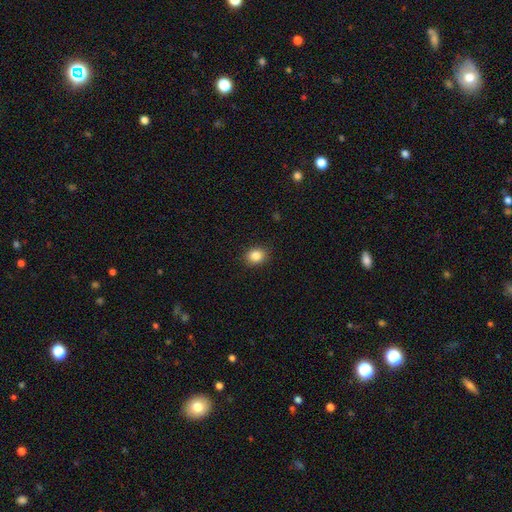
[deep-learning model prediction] Smooth or featured?
  - smooth: 85% *
  - star or artifact: 10%
  - featured or disk: 5%
How rounded?
  - round: 58% *
  - in between: 41%
  - cigar-shaped: 1%
Merging?
  - none: 89% *
  - minor disturbance: 8%
  - major disturbance: 2%
  - merger: 1%